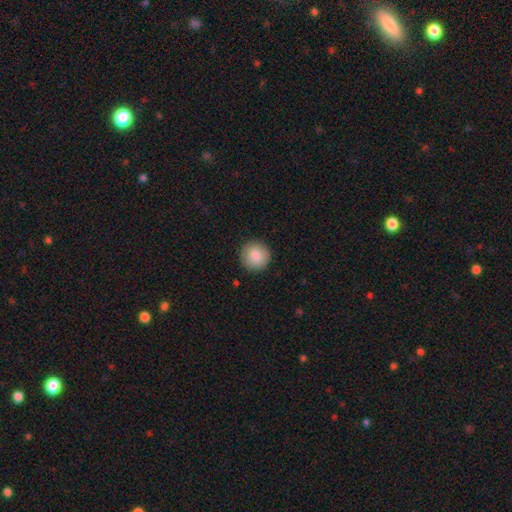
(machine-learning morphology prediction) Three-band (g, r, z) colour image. It shows a smooth galaxy with no disk features (87%) that is round (95%). Merging: none (91%).